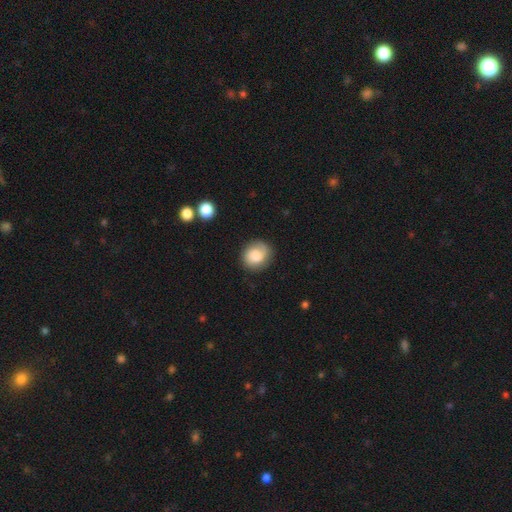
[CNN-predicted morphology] Smooth or featured: smooth — 70% (featured or disk — 22%)
How rounded: round — 75% (in between — 24%)
Merging: none — 73% (minor disturbance — 18%)